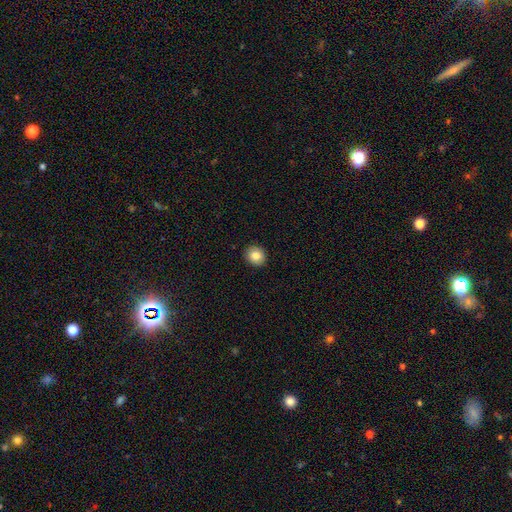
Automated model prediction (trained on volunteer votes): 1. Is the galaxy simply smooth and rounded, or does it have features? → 82% smooth, 9% star or artifact, 9% featured or disk.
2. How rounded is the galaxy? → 76% round, 23% in between, 1% cigar-shaped.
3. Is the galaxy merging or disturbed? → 91% none, 6% minor disturbance, 2% major disturbance, 1% merger.